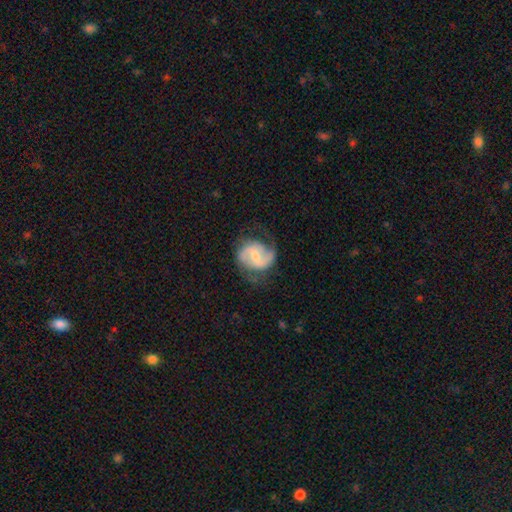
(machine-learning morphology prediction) This is likely a featured or disk galaxy (77%). It is clearly not viewed edge-on (98%). Bar: possibly weak (53%). Spiral arm pattern: clearly yes (93%). Spiral arm count: clearly 2 (83%). Spiral winding: possibly medium (48%). Central bulge: possibly moderate (46%). Merging: likely none (64%).